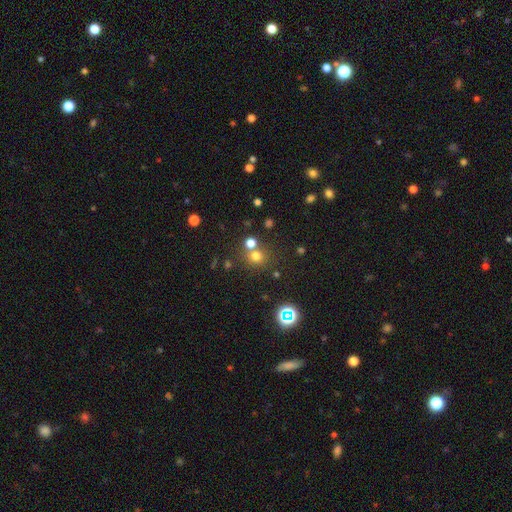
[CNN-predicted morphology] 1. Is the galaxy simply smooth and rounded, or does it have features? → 69% smooth, 23% star or artifact, 8% featured or disk.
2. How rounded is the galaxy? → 87% round, 12% in between, 1% cigar-shaped.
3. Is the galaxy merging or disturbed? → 66% none, 23% merger, 8% minor disturbance, 3% major disturbance.